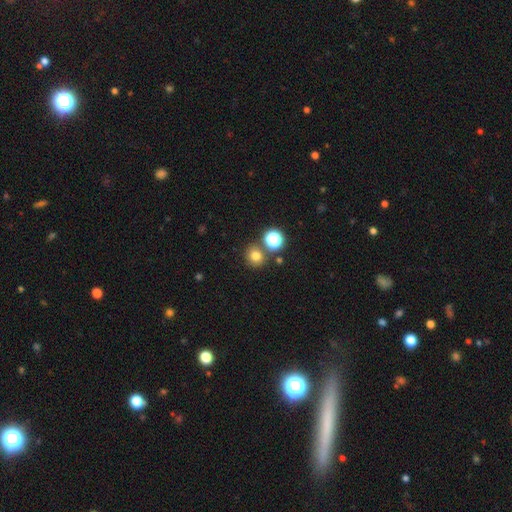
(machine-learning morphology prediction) type=smooth (74%); roundness=round (84%); merging=none (76%).